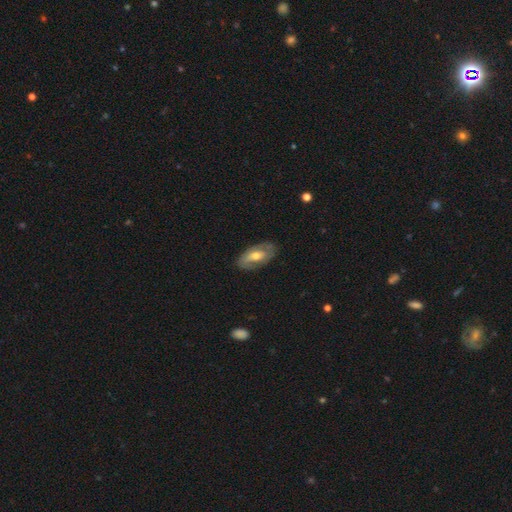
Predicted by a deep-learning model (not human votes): A featured or disk galaxy (57%) with no bar (42%), spiral arms (58%) and a moderate central bulge (67%).

Vote fractions:
- Smooth or featured? featured or disk: 57% / smooth: 37% / star or artifact: 6%
- Edge-on disk? no: 88% / yes: 12%
- Bar? no: 42% / weak: 39% / strong: 19%
- Spiral arms? yes: 58% / no: 42%
- Bulge size? moderate: 67% / small: 23% / large: 8% / none: 2% / dominant: 1%
- Merging? none: 78% / minor disturbance: 16% / major disturbance: 5% / merger: 1%